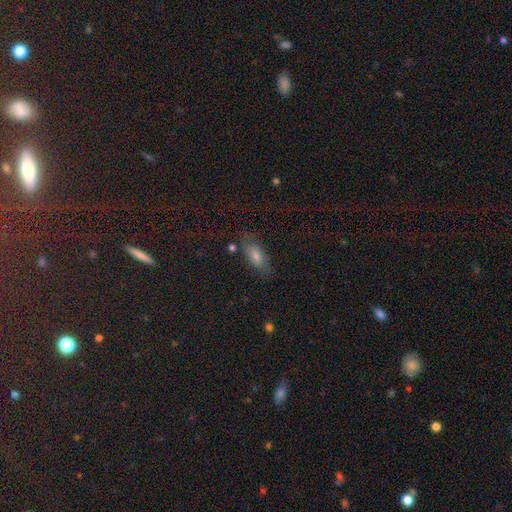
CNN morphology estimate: This is possibly a smooth galaxy (48%). Merging: likely none (75%).